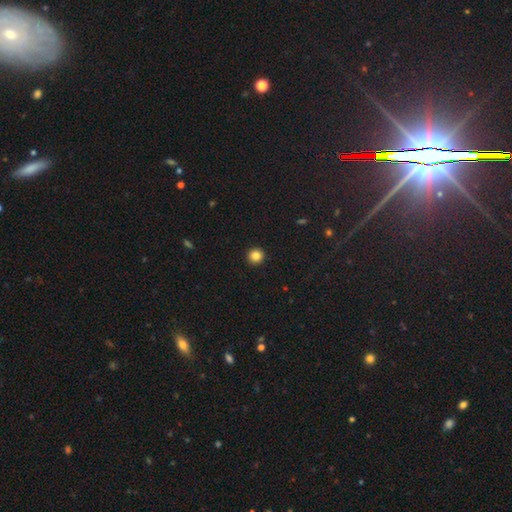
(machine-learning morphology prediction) Q: Smooth or featured?
A: smooth (85%); runner-up: star or artifact (11%)
Q: How rounded?
A: round (95%); runner-up: in between (4%)
Q: Merging?
A: none (93%); runner-up: minor disturbance (4%)